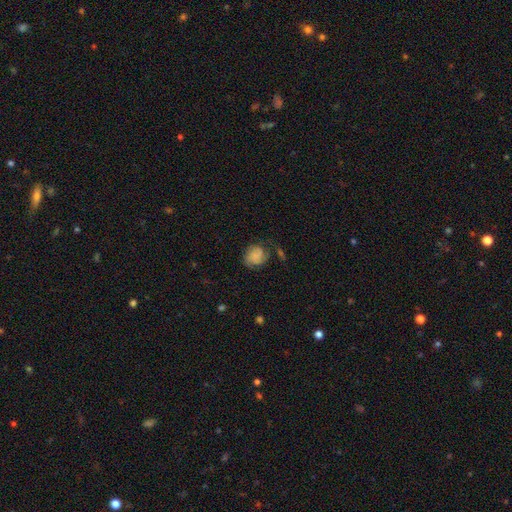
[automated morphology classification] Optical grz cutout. It shows a smooth galaxy with no disk features (63%) that is round (61%). Merging: none (49%).